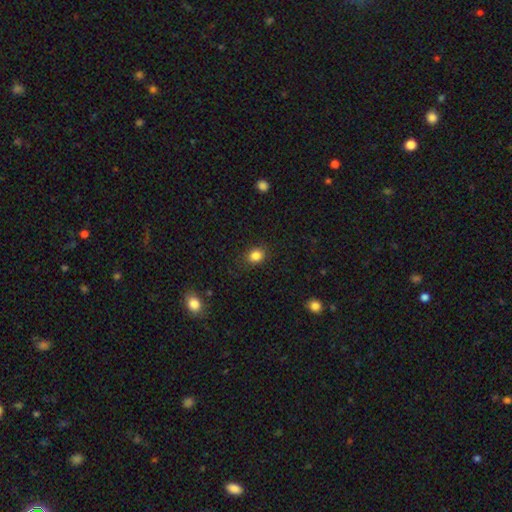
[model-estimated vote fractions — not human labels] Smooth or featured: smooth — 85% (star or artifact — 10%)
How rounded: round — 56% (in between — 43%)
Merging: none — 85% (minor disturbance — 11%)